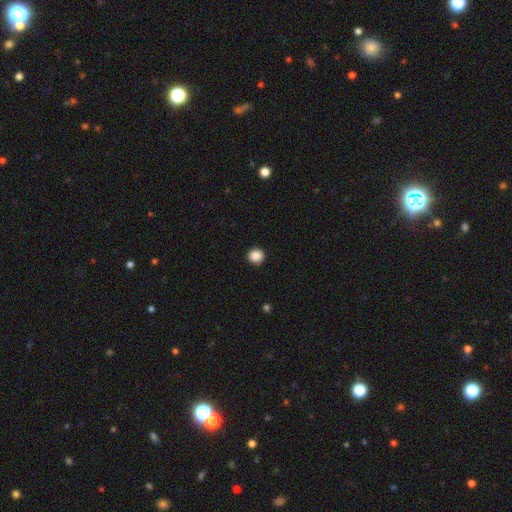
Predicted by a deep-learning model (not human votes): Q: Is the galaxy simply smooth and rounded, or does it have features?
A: smooth — 88%.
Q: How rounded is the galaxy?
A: round — 90%.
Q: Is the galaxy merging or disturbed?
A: none — 90%.